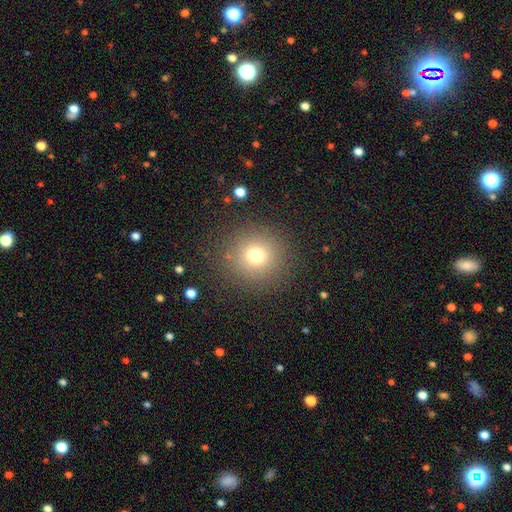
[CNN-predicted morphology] This appears to be a smooth galaxy with no disk features (73%) that is round (94%). Merging: none (88%).